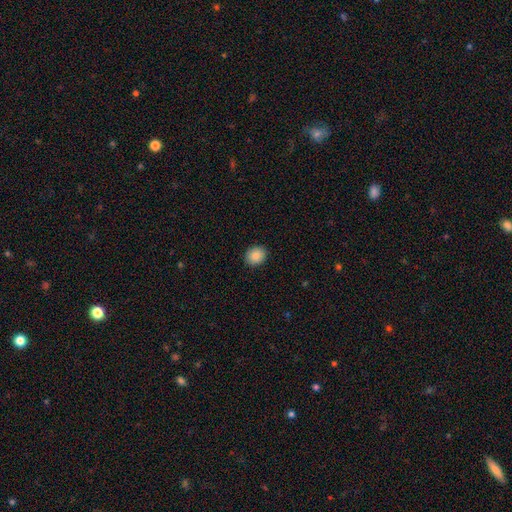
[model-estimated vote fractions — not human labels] This appears to be a smooth galaxy with no disk features (88%) that is round (67%). Merging: none (91%).